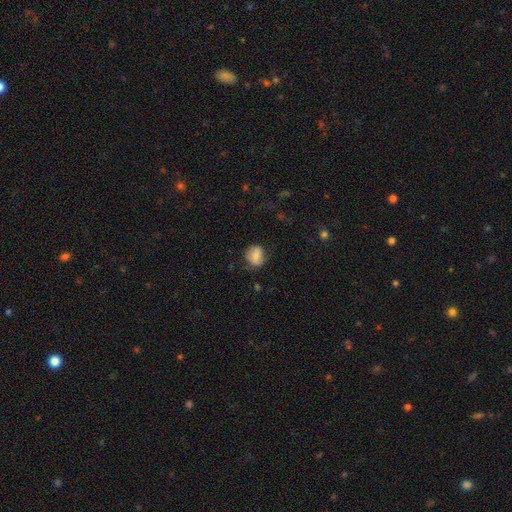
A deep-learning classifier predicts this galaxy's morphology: Smooth or featured? smooth (78%)
How rounded? round (62%)
Merging? none (68%)